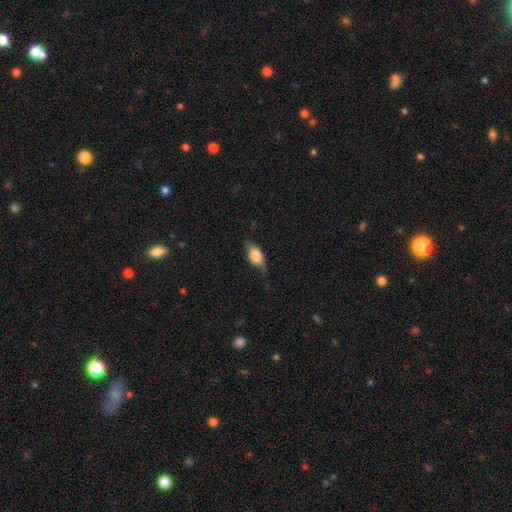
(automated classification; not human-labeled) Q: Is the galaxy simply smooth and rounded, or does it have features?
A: smooth — 68%.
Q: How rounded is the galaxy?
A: in between — 85%.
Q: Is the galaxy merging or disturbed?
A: none — 50%.